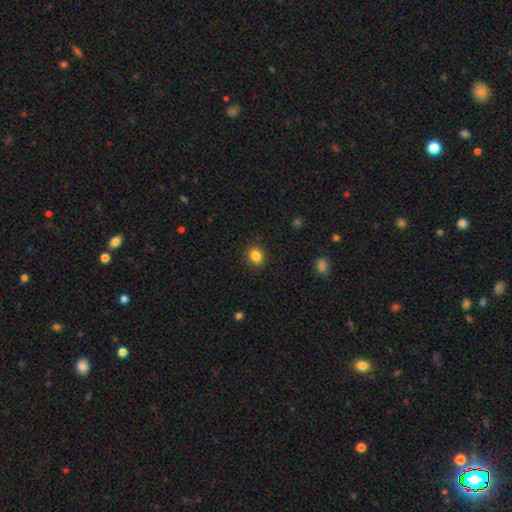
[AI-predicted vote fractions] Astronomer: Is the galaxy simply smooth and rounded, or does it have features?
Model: smooth — 85%.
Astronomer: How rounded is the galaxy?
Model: round — 73%.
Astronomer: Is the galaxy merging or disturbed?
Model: none — 88%.